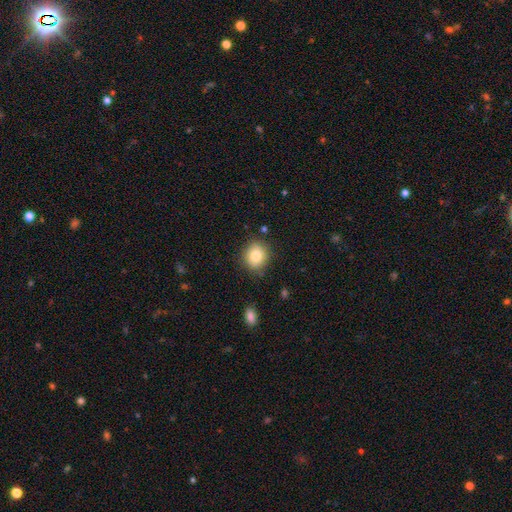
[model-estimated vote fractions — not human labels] smooth_or_featured: smooth (p=0.83) [alt: star or artifact p=0.09]
how_rounded: round (p=0.72) [alt: in between p=0.27]
merging: none (p=0.83) [alt: minor disturbance p=0.12]